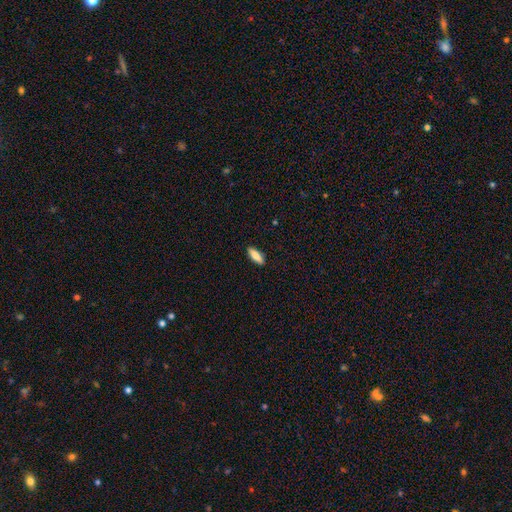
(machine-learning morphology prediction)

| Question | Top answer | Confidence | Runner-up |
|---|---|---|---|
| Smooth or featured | smooth | 81% | featured or disk (13%) |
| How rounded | in between | 57% | cigar-shaped (41%) |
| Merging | none | 90% | minor disturbance (7%) |